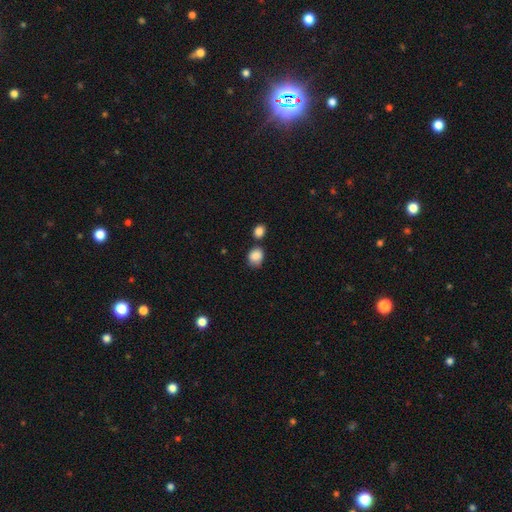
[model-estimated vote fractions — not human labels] The model was most divided on "how rounded": round: 54%, in between: 45%, cigar-shaped: 1%. More confident: smooth or featured — smooth (87%); merging — none (61%).